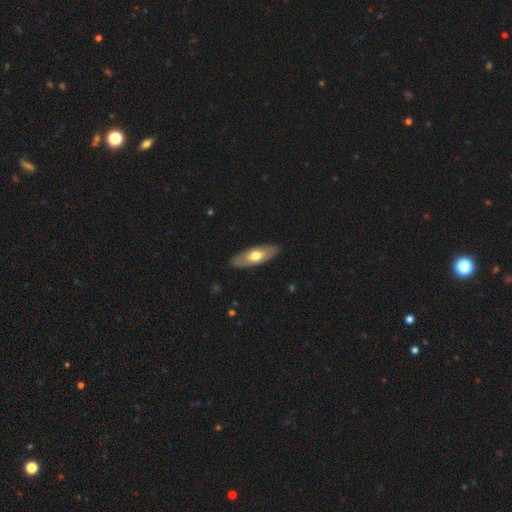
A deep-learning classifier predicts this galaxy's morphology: type=smooth (52%); roundness=in between (76%); merging=none (86%).